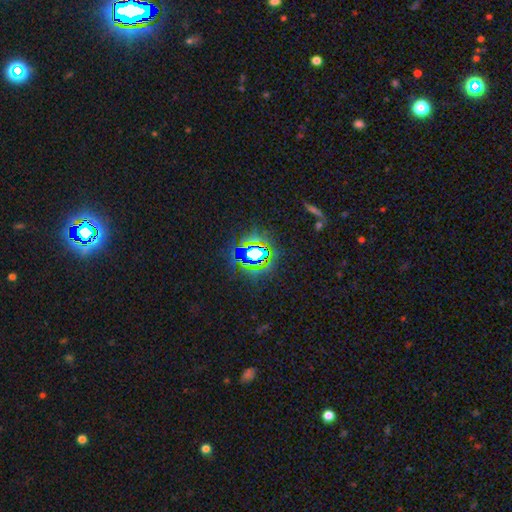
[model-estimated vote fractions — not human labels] Smooth or featured? Predicted: star or artifact (p=0.69).